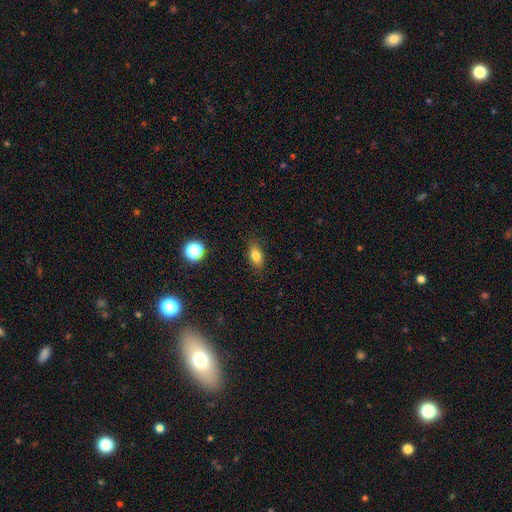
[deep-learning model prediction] Overall: smooth (80%). How rounded: in between (81%). Merging: none (84%).